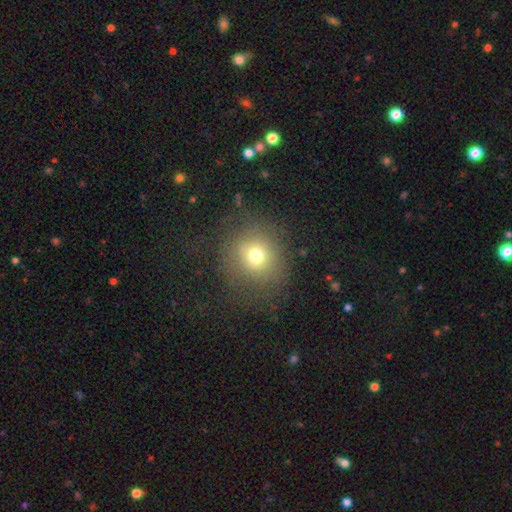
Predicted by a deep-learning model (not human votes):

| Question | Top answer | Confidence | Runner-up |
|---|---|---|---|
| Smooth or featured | smooth | 68% | star or artifact (16%) |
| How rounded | round | 85% | in between (14%) |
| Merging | none | 74% | minor disturbance (13%) |